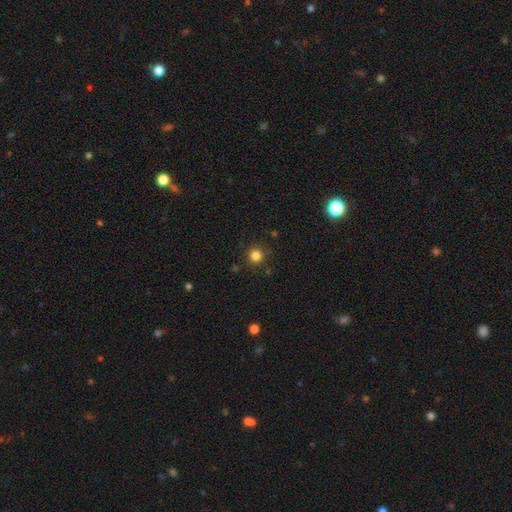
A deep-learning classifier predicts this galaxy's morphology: Q: Smooth or featured?
A: smooth (83%); runner-up: star or artifact (14%)
Q: How rounded?
A: round (94%); runner-up: in between (5%)
Q: Merging?
A: none (88%); runner-up: minor disturbance (8%)